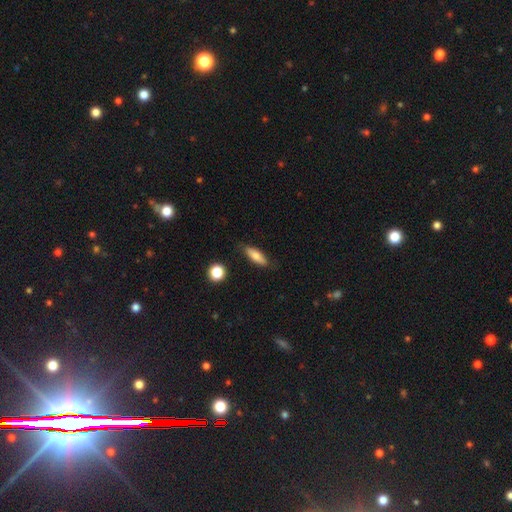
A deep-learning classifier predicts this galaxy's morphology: Overall: smooth (73%). How rounded: in between (51%; cigar-shaped 46%). Merging: none (82%).